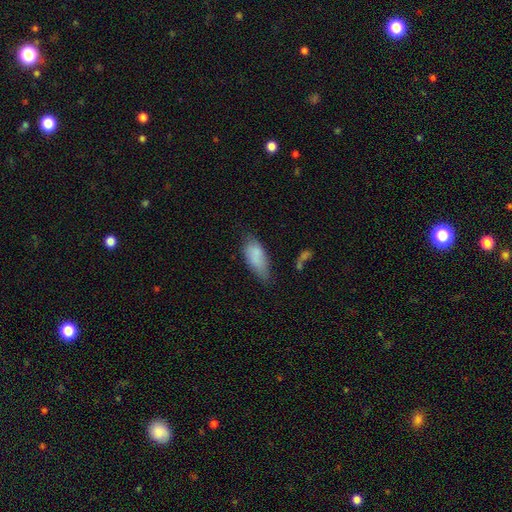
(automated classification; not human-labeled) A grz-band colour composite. It shows a smooth galaxy with no disk features (81%) that is in between round and cigar-shaped (83%). Merging: none (51%).